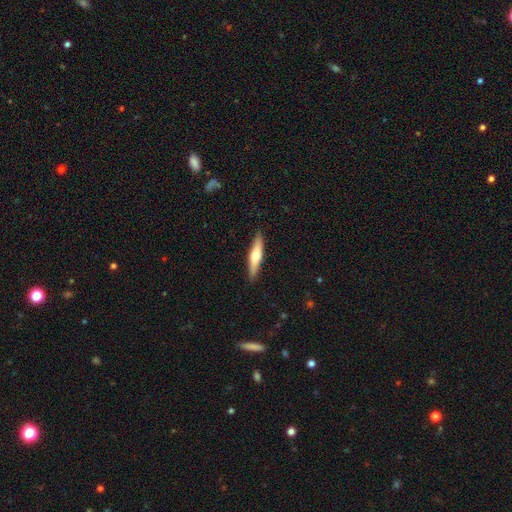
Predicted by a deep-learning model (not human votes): Smooth or featured? smooth (51%)
How rounded? cigar-shaped (84%)
Merging? none (90%)